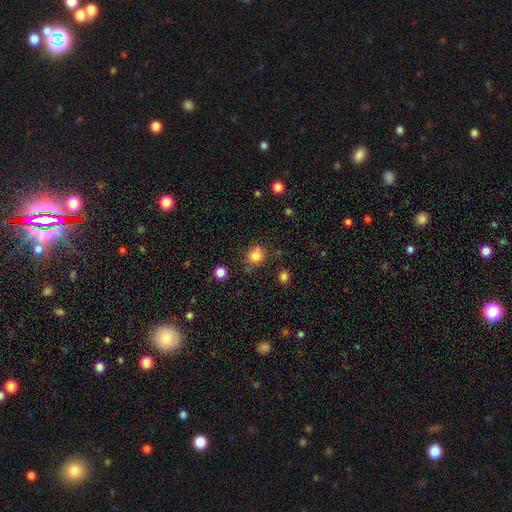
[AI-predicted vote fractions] smooth 81%, star or artifact 12%, featured or disk 7%. Down the decision tree: how rounded — round (81%); merging — none (70%).